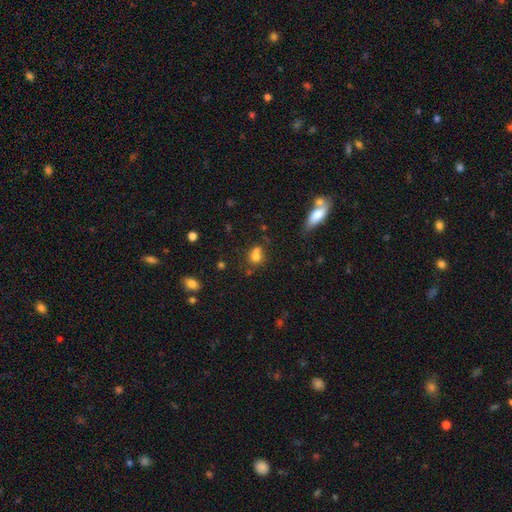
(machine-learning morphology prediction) A smooth galaxy with no disk features (73%) that is round (70%).

Vote fractions:
- Smooth or featured? smooth: 73% / star or artifact: 14% / featured or disk: 13%
- How rounded? round: 70% / in between: 28% / cigar-shaped: 1%
- Merging? merger: 42% / none: 40% / minor disturbance: 12% / major disturbance: 5%